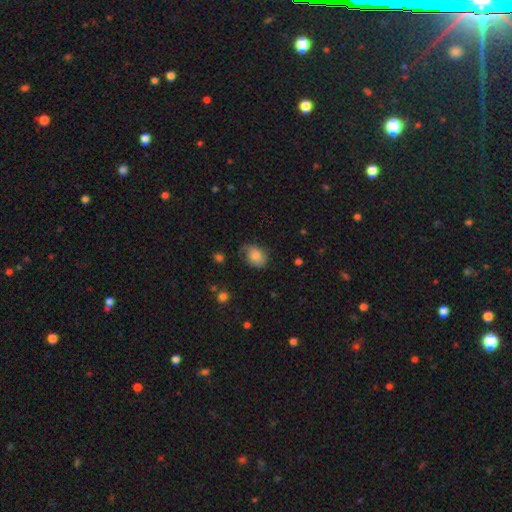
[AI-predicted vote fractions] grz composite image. It shows a smooth galaxy with no disk features (71%) that is in between round and cigar-shaped (67%). Merging: none (53%).